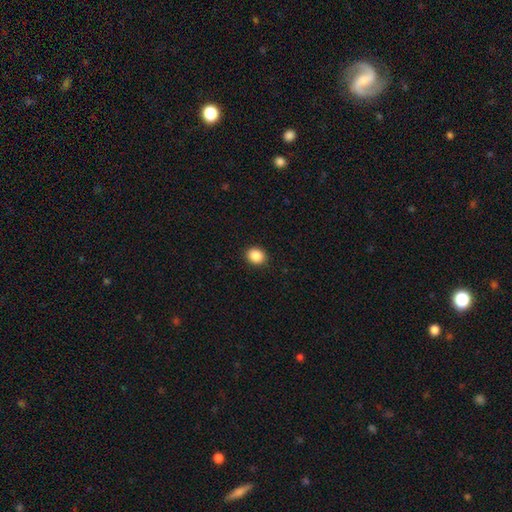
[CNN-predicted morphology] Q: Smooth or featured?
A: smooth (88%); runner-up: star or artifact (9%)
Q: How rounded?
A: round (67%); runner-up: in between (32%)
Q: Merging?
A: none (91%); runner-up: minor disturbance (6%)